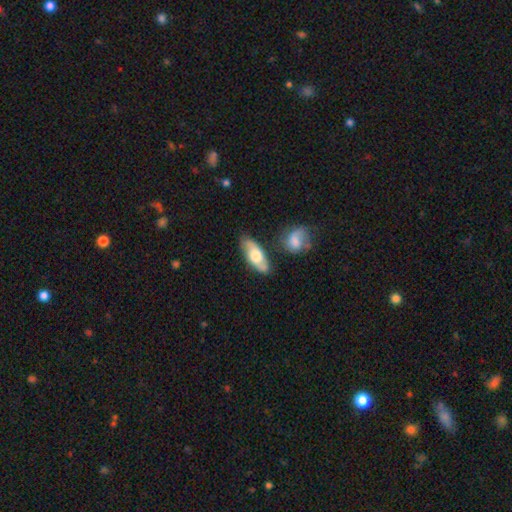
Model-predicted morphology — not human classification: Smooth or featured? Predicted: featured or disk (p=0.48). Merging? Predicted: none (p=0.74).